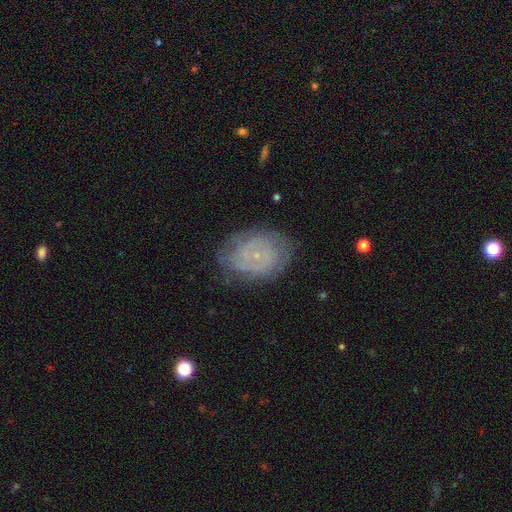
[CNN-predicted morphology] This is likely a featured or disk galaxy (66%). It is clearly not viewed edge-on (97%). Bar: likely no (77%). Spiral arm pattern: clearly yes (83%). Spiral arm count: possibly can't tell (48%). Spiral winding: likely tight (65%). Central bulge: clearly small (82%). Merging: likely none (73%).